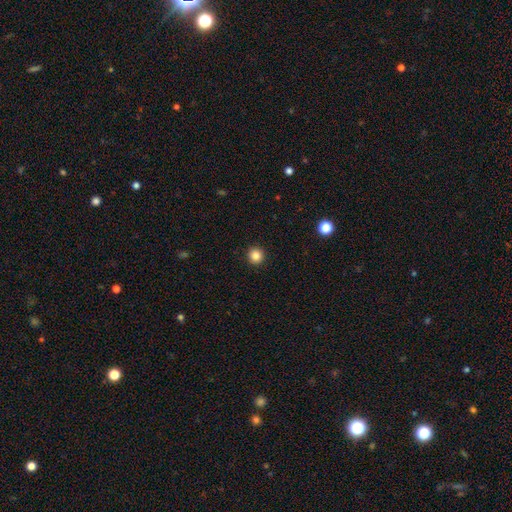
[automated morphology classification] smooth_or_featured: smooth (p=0.85) [alt: star or artifact p=0.11]
how_rounded: round (p=0.95) [alt: in between p=0.04]
merging: none (p=0.94) [alt: minor disturbance p=0.04]